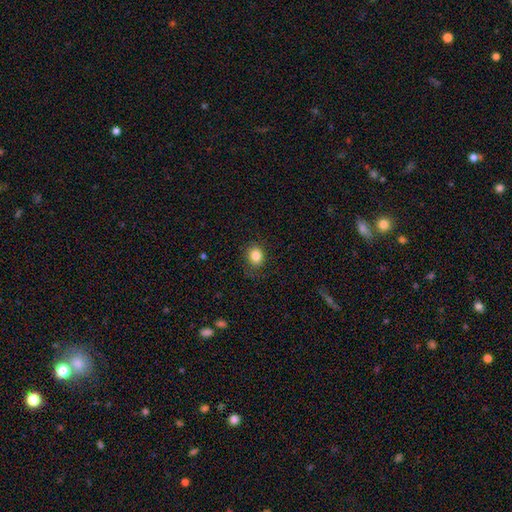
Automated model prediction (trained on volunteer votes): smooth-or-featured: smooth: 84% | star or artifact: 10% | featured or disk: 6%
  how-rounded: round: 67% | in between: 32% | cigar-shaped: 1%
  merging: none: 80% | minor disturbance: 14% | major disturbance: 5% | merger: 1%